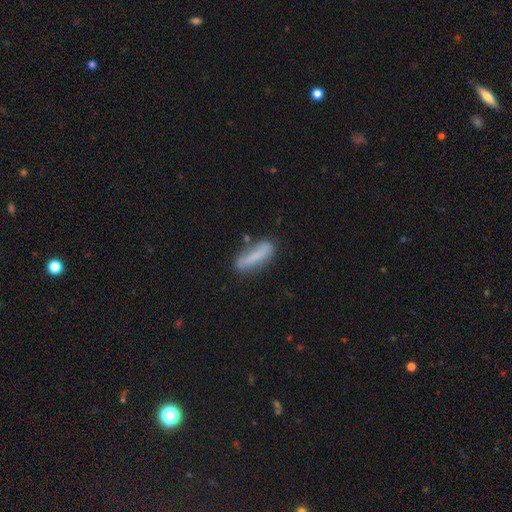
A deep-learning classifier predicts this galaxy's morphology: smooth 74%, featured or disk 19%, star or artifact 8%. Down the decision tree: how rounded — cigar-shaped (65%); merging — none (66%).